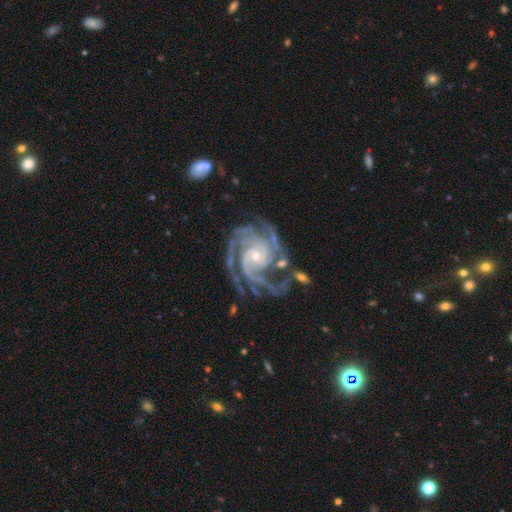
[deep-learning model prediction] This appears to be a featured or disk galaxy (94%) with no bar (62%), 3 (33%) tight (67%) spiral arms (99%) and a small central bulge (66%). Merging: none (64%).